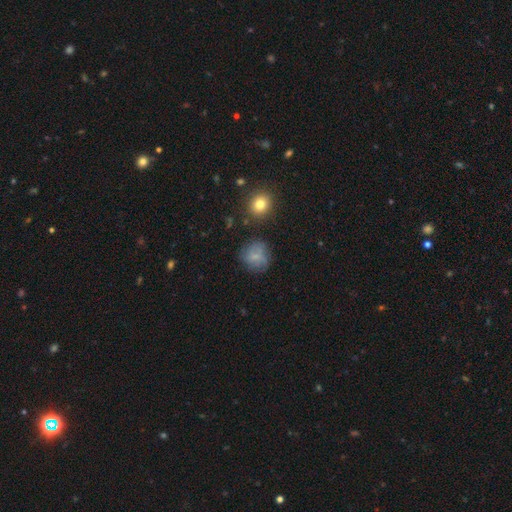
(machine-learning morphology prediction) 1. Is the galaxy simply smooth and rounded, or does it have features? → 70% smooth, 19% featured or disk, 11% star or artifact.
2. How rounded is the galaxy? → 85% round, 14% in between, 1% cigar-shaped.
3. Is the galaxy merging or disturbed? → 71% none, 18% minor disturbance, 7% major disturbance, 3% merger.